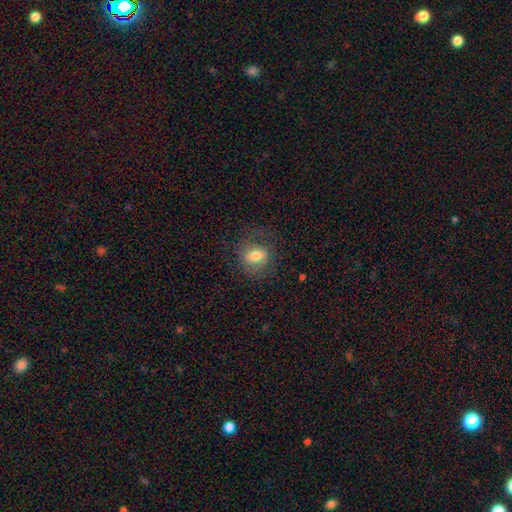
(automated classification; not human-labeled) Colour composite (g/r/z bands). It shows a smooth galaxy with no disk features (64%) that is round (56%). Merging: none (70%).